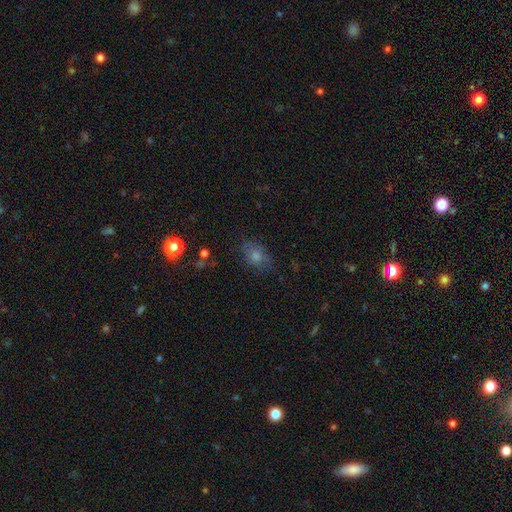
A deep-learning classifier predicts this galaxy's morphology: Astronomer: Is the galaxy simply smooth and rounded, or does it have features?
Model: smooth — 50%.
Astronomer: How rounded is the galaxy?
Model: in between — 63%.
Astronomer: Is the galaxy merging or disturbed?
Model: none — 78%.